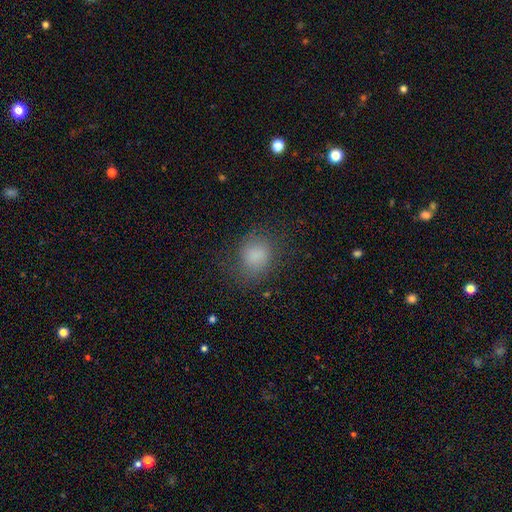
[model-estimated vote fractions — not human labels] This is likely a smooth galaxy (79%). How rounded: likely round (67%). Merging: likely none (70%).